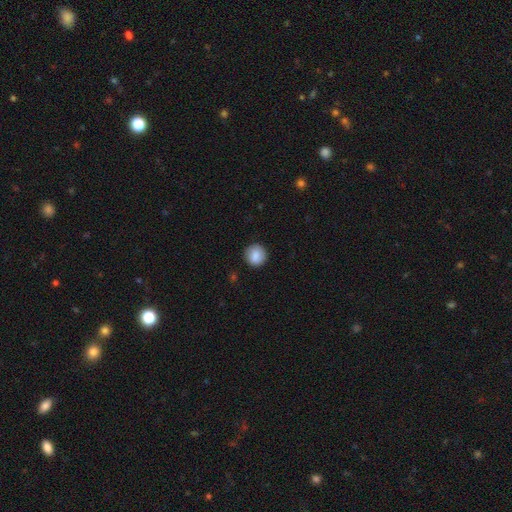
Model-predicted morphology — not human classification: smooth-or-featured: smooth: 86% | star or artifact: 8% | featured or disk: 6%
  how-rounded: round: 91% | in between: 8% | cigar-shaped: 1%
  merging: none: 89% | minor disturbance: 8% | major disturbance: 2% | merger: 1%